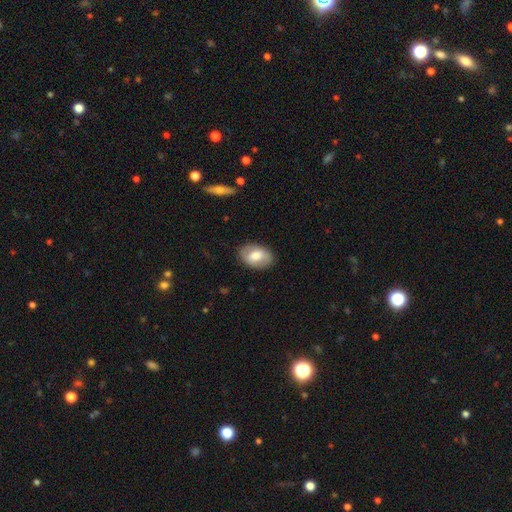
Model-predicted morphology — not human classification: smooth_or_featured: smooth (p=0.61) [alt: featured or disk p=0.32]
how_rounded: in between (p=0.87) [alt: round p=0.12]
merging: none (p=0.83) [alt: minor disturbance p=0.12]